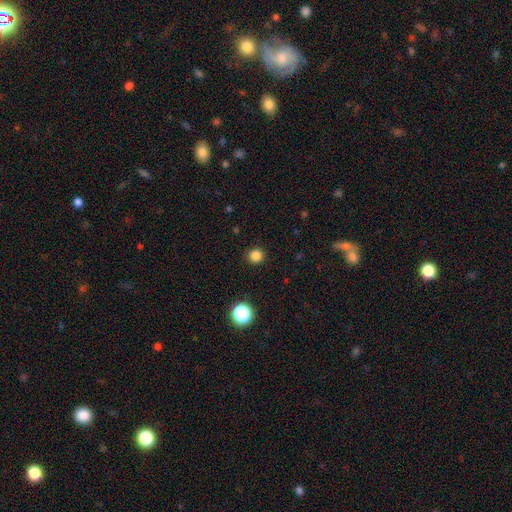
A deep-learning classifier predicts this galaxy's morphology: This appears to be a smooth galaxy with no disk features (83%) that is round (94%). Merging: none (92%).